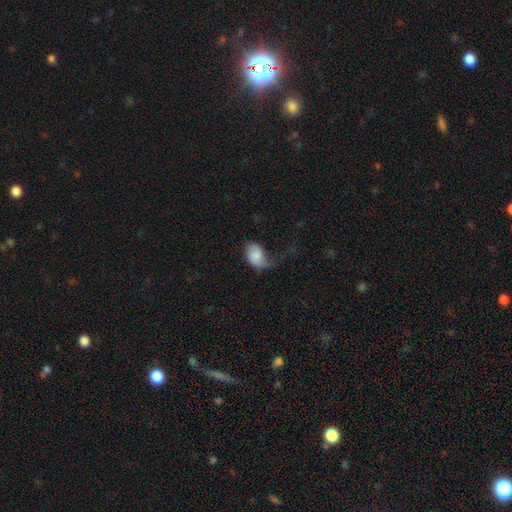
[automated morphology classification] Overall: smooth (70%). How rounded: in between (81%). Merging: major disturbance (47%; minor disturbance 27%).